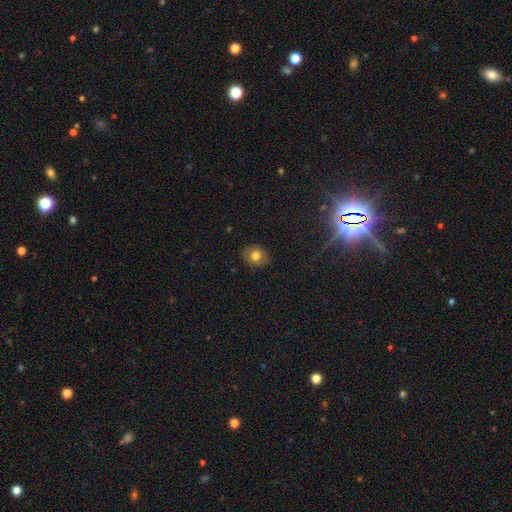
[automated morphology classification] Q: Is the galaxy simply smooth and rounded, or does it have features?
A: smooth — 76%.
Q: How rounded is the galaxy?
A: round — 55%.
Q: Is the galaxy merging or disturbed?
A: none — 87%.